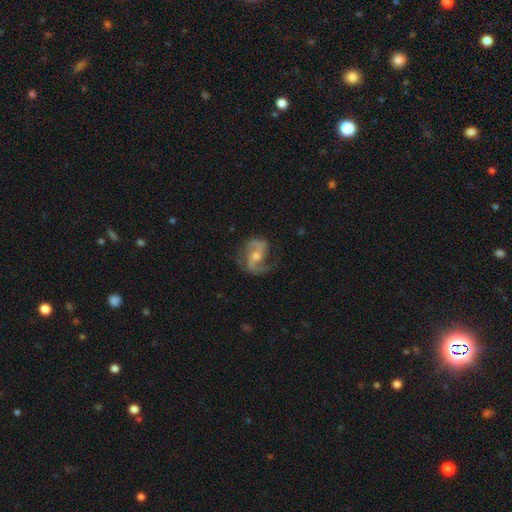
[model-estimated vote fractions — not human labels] Smooth or featured? Predicted: featured or disk (p=0.86). Edge-on disk? Predicted: no (p=0.97). Bar? Predicted: weak (p=0.41). Spiral arms? Predicted: yes (p=0.95). Spiral winding? Predicted: medium (p=0.47). Spiral arm count? Predicted: 2 (p=0.88). Bulge size? Predicted: moderate (p=0.60). Merging? Predicted: none (p=0.71).